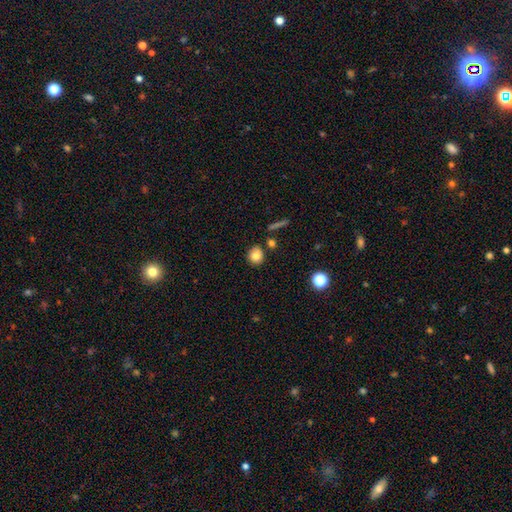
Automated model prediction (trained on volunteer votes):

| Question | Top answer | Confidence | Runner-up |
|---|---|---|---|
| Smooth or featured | smooth | 80% | star or artifact (10%) |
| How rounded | round | 77% | in between (22%) |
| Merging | none | 80% | minor disturbance (11%) |